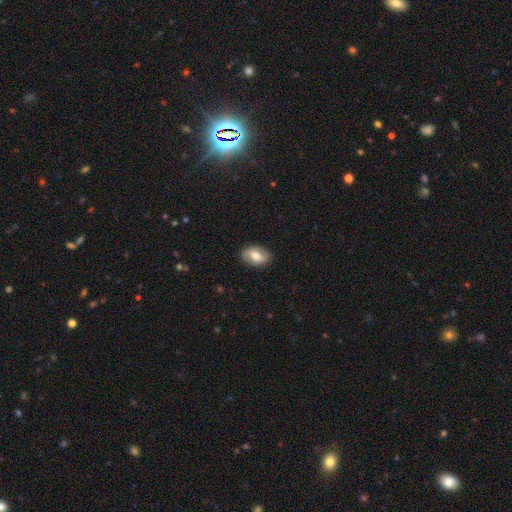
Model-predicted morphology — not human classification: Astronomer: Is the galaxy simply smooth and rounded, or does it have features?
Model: smooth — 50% (runner-up: featured or disk, 43%).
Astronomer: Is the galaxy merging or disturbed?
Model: none — 86%.